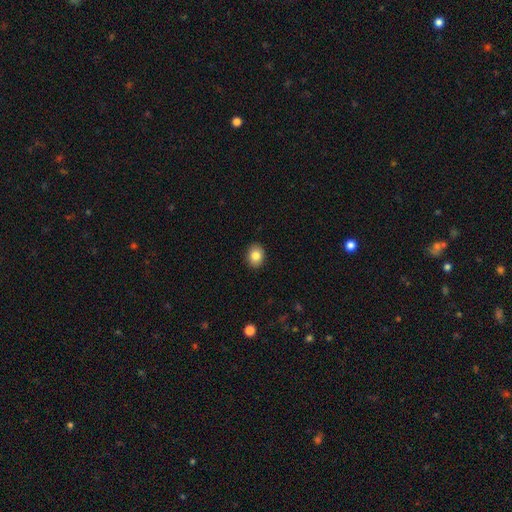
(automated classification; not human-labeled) Smooth or featured? smooth (84%)
How rounded? in between (53%)
Merging? none (91%)